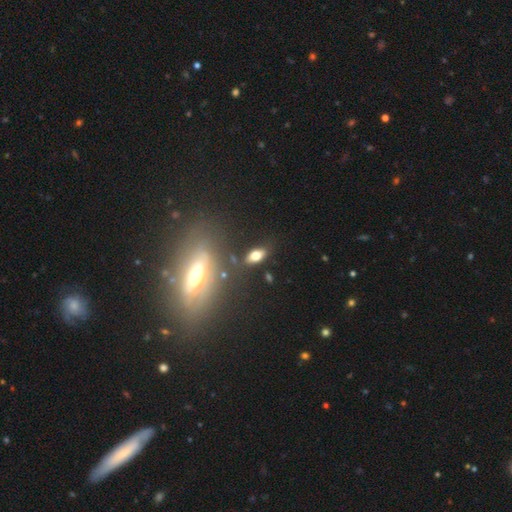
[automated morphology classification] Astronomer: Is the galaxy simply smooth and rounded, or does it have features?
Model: smooth — 70%.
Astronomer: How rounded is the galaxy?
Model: in between — 83%.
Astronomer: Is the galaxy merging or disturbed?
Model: none — 78%.